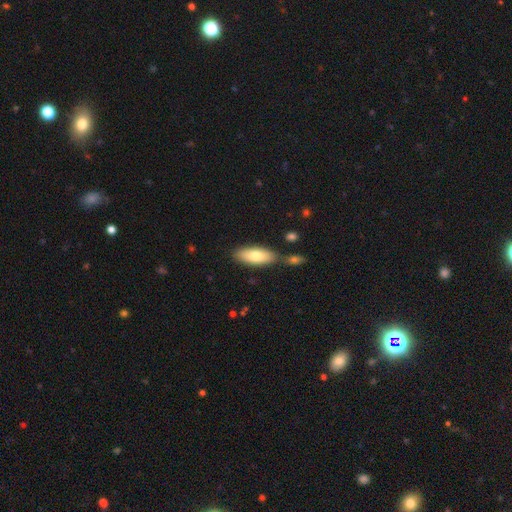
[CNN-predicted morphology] A smooth galaxy with no disk features (76%) that is in between round and cigar-shaped (75%). Merging: none (75%).